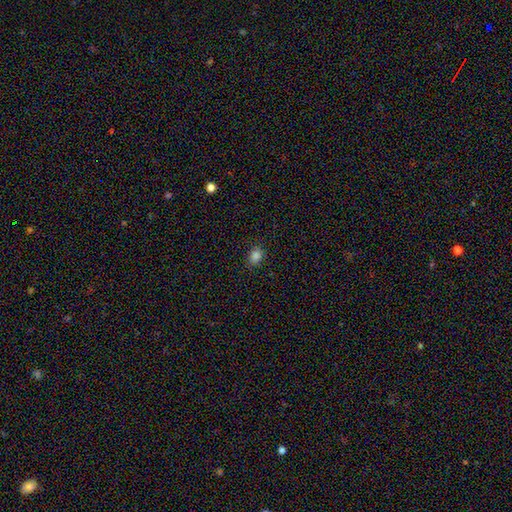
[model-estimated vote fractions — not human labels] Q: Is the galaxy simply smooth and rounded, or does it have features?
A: smooth — 84%.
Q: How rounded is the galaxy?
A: in between — 53%.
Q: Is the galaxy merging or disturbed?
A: none — 85%.